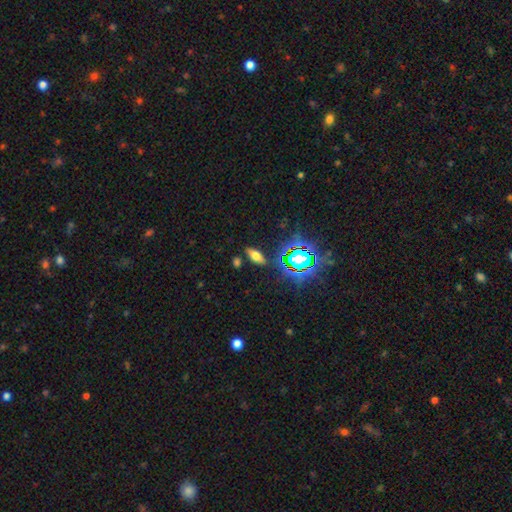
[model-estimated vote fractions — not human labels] A smooth galaxy with no disk features (55%) that is in between round and cigar-shaped (77%).

Vote fractions:
- Smooth or featured? smooth: 55% / star or artifact: 24% / featured or disk: 21%
- How rounded? in between: 77% / cigar-shaped: 17% / round: 6%
- Merging? none: 83% / minor disturbance: 10% / merger: 4% / major disturbance: 3%